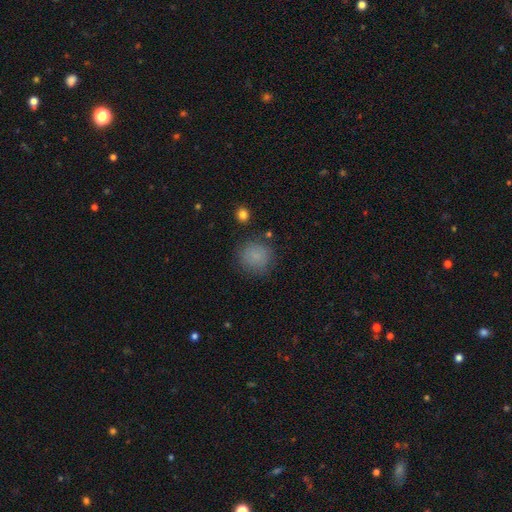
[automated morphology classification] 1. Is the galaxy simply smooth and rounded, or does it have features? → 81% smooth, 11% star or artifact, 8% featured or disk.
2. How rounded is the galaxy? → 88% round, 11% in between, 1% cigar-shaped.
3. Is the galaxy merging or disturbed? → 79% none, 14% minor disturbance, 5% major disturbance, 2% merger.